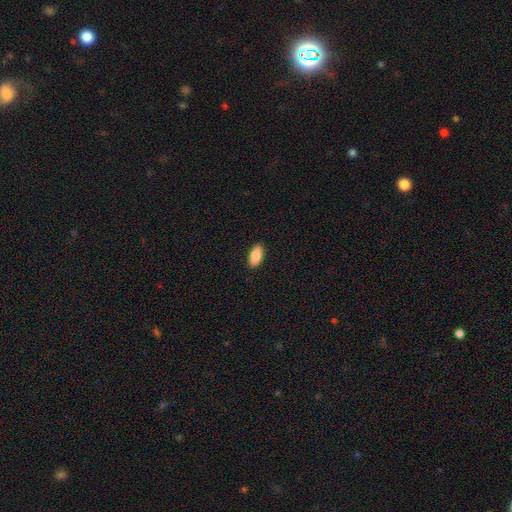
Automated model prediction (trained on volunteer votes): smooth_or_featured: smooth (p=0.86) [alt: featured or disk p=0.07]
how_rounded: in between (p=0.88) [alt: cigar-shaped p=0.10]
merging: none (p=0.90) [alt: minor disturbance p=0.08]